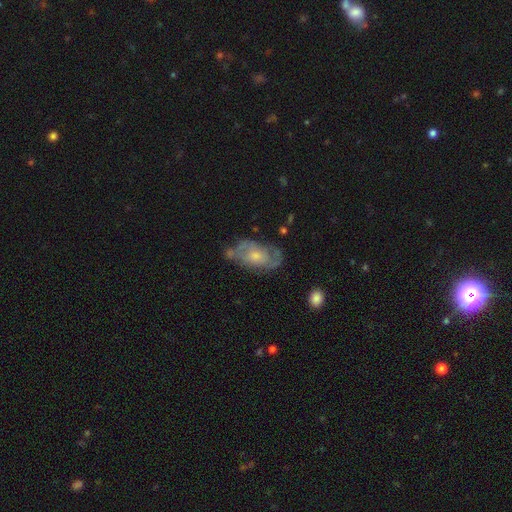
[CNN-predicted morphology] smooth_or_featured: featured or disk (p=0.67) [alt: smooth p=0.27]
disk_edge_on: no (p=0.94) [alt: yes p=0.06]
bar: no (p=0.75) [alt: weak p=0.22]
has_spiral_arms: yes (p=0.73) [alt: no p=0.27]
bulge_size: small (p=0.46) [alt: moderate p=0.43]
merging: none (p=0.54) [alt: minor disturbance p=0.26]